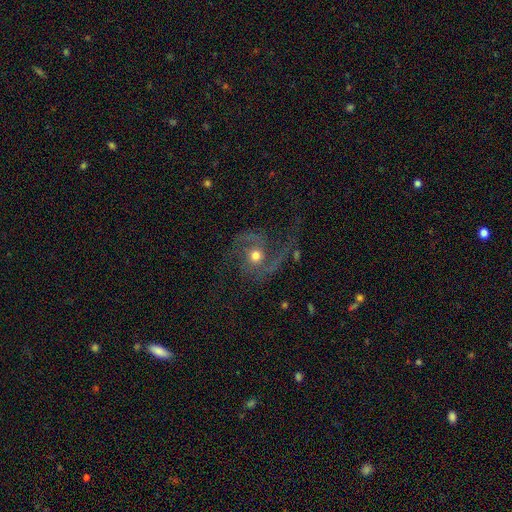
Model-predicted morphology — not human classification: A featured or disk galaxy (80%) with no bar (71%), 2 (79%) medium (46%) spiral arms (93%) and a moderate central bulge (71%).

Vote fractions:
- Smooth or featured? featured or disk: 80% / smooth: 12% / star or artifact: 8%
- Edge-on disk? no: 97% / yes: 3%
- Bar? no: 71% / weak: 22% / strong: 7%
- Spiral arms? yes: 93% / no: 7%
- Spiral winding? medium: 46% / loose: 43% / tight: 12%
- Spiral arm count? 2: 79% / 1: 7% / can't tell: 5% / 3: 4% / 4: 2% / more than 4: 2%
- Bulge size? moderate: 71% / small: 17% / large: 8% / dominant: 2% / none: 1%
- Merging? none: 54% / major disturbance: 25% / minor disturbance: 17% / merger: 3%